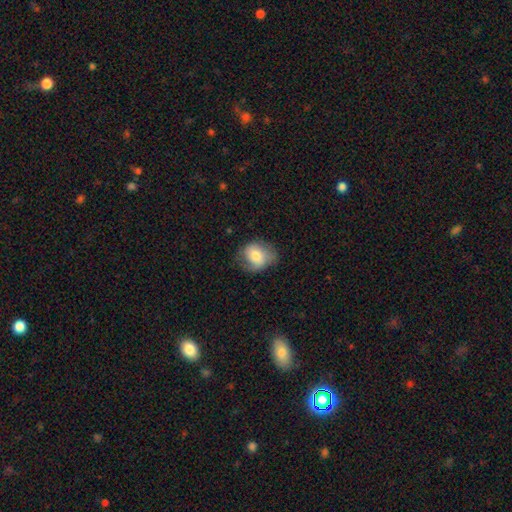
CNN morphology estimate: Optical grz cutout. It shows a smooth galaxy with no disk features (68%) that is round (51%). Merging: none (60%).